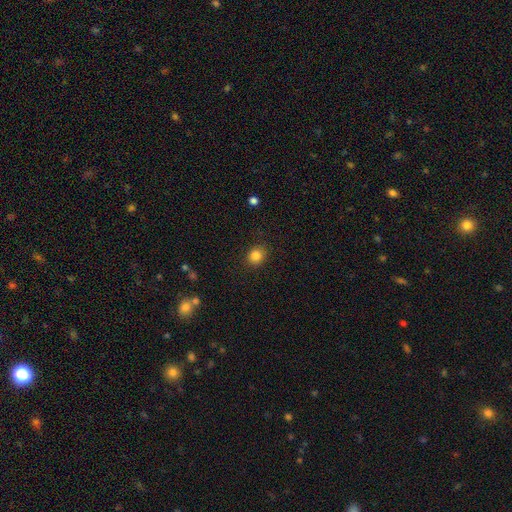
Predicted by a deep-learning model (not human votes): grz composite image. It shows a smooth galaxy with no disk features (84%) that is round (76%). Merging: none (88%).